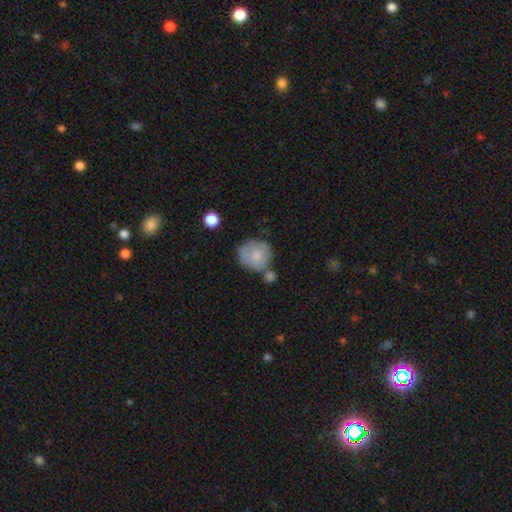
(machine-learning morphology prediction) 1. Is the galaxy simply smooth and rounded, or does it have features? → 68% smooth, 25% featured or disk, 7% star or artifact.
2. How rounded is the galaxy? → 83% round, 16% in between, 1% cigar-shaped.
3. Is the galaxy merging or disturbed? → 47% none, 23% minor disturbance, 20% merger, 10% major disturbance.